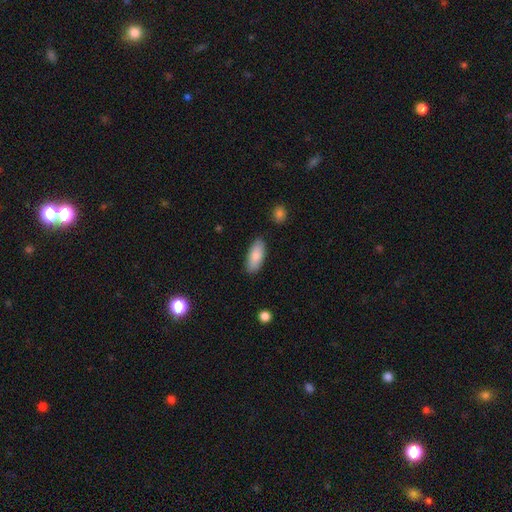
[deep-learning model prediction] Smooth or featured? smooth (83%)
How rounded? in between (84%)
Merging? none (85%)